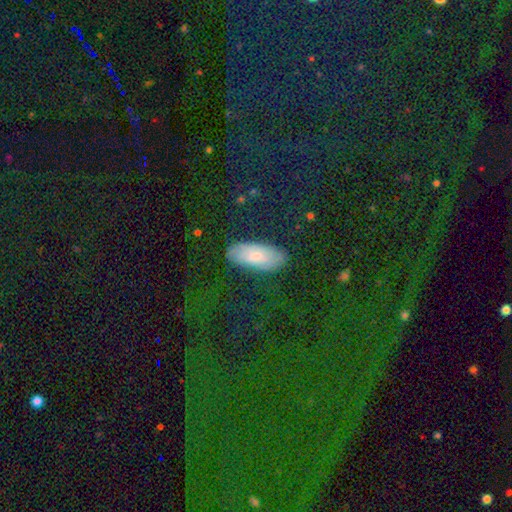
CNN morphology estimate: This is possibly a smooth galaxy (58%). How rounded: clearly in between (85%). Merging: clearly none (84%).